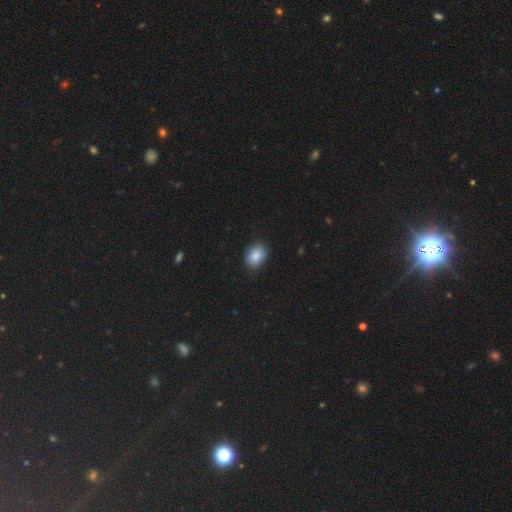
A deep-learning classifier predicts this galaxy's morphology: type=smooth (86%); roundness=in between (70%); merging=none (88%).